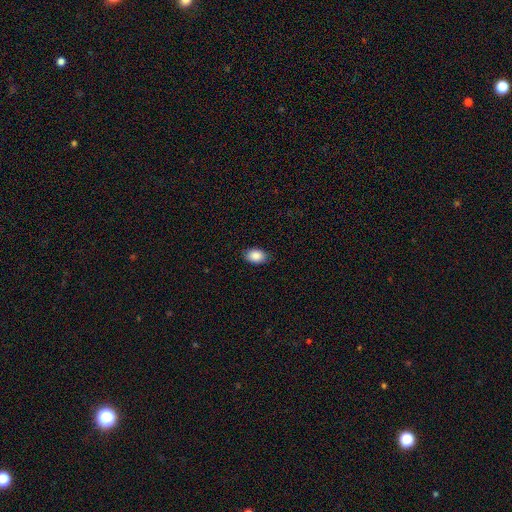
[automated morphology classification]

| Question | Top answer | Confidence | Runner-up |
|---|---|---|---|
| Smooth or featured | smooth | 89% | star or artifact (7%) |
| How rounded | in between | 84% | round (15%) |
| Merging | none | 86% | minor disturbance (10%) |